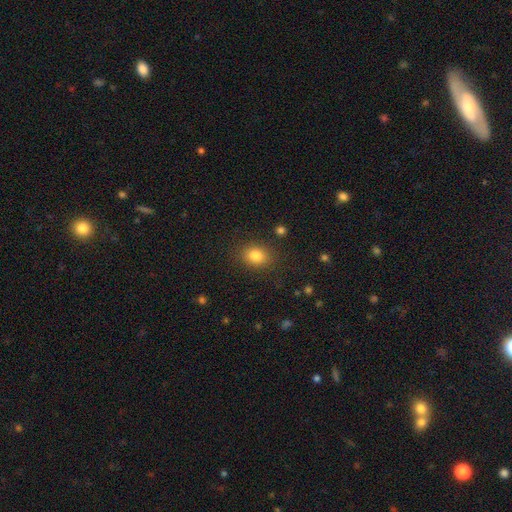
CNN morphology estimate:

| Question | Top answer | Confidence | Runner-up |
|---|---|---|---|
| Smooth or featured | smooth | 83% | star or artifact (11%) |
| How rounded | in between | 52% | round (47%) |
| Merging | none | 84% | minor disturbance (10%) |